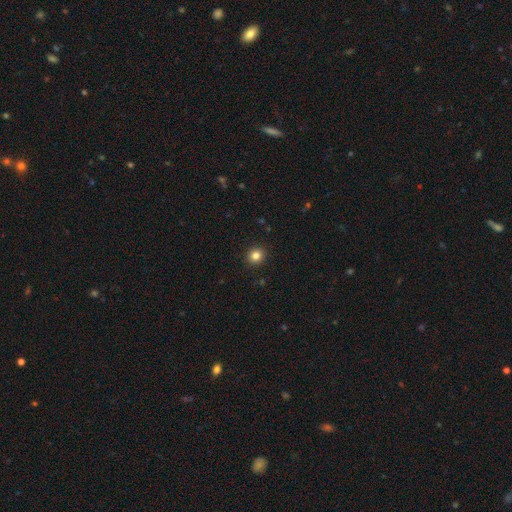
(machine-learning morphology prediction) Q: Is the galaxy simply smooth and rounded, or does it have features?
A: smooth — 83%.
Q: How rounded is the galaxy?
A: round — 89%.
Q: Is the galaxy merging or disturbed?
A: none — 93%.